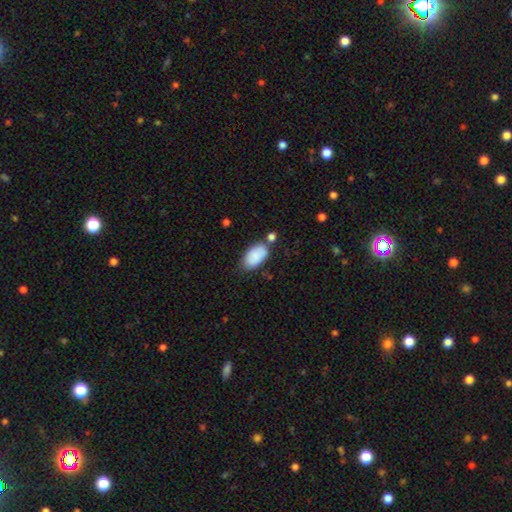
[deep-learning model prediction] This appears to be a smooth galaxy with no disk features (88%) that is in between round and cigar-shaped (95%). Merging: none (65%).